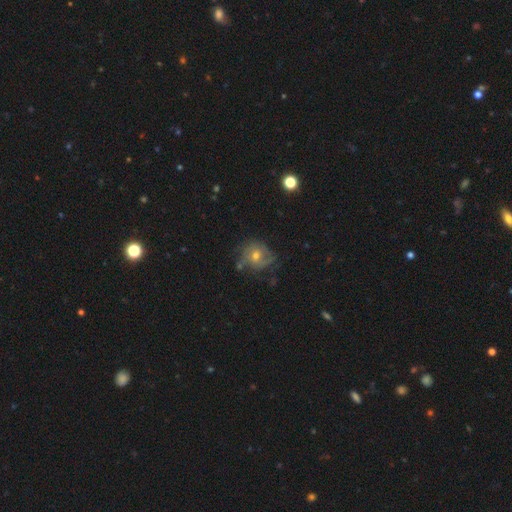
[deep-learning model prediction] Smooth or featured? featured or disk (56%)
Edge-on disk? no (97%)
Bar? no (76%)
Spiral arms? yes (77%)
Bulge size? moderate (61%)
Merging? none (57%)